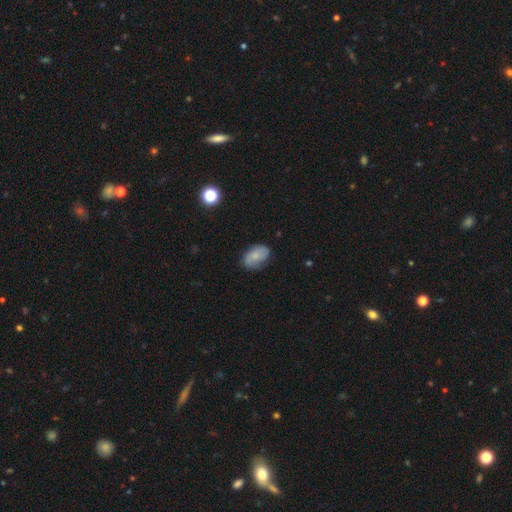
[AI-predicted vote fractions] The model was most divided on "smooth or featured": smooth: 64%, featured or disk: 28%, star or artifact: 8%. More confident: how rounded — in between (88%); merging — none (71%).